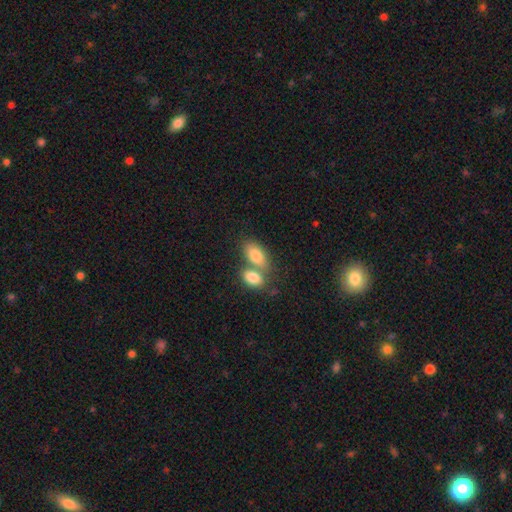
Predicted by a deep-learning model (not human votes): A smooth galaxy with no disk features (82%) that is in between round and cigar-shaped (90%).

Vote fractions:
- Smooth or featured? smooth: 82% / featured or disk: 12% / star or artifact: 7%
- How rounded? in between: 90% / round: 6% / cigar-shaped: 4%
- Merging? merger: 53% / none: 35% / minor disturbance: 9% / major disturbance: 4%